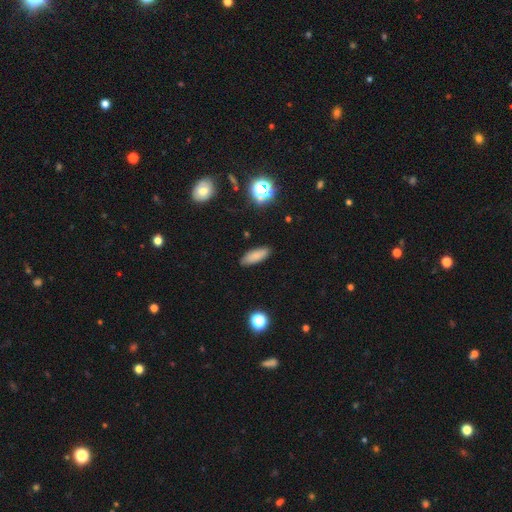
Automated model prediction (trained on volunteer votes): A smooth galaxy with no disk features (81%) that is in between round and cigar-shaped (66%).

Vote fractions:
- Smooth or featured? smooth: 81% / star or artifact: 10% / featured or disk: 9%
- How rounded? in between: 66% / cigar-shaped: 31% / round: 2%
- Merging? none: 86% / minor disturbance: 10% / major disturbance: 2% / merger: 1%